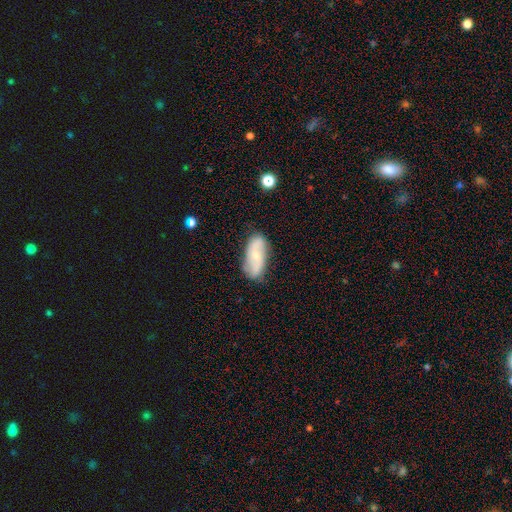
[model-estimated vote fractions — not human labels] Smooth or featured?
  - featured or disk: 55% *
  - smooth: 38%
  - star or artifact: 7%
Edge-on disk?
  - no: 92% *
  - yes: 8%
Bar?
  - no: 56% *
  - weak: 34%
  - strong: 11%
Spiral arms?
  - yes: 87% *
  - no: 13%
Bulge size?
  - small: 60% *
  - moderate: 30%
  - none: 7%
  - large: 2%
  - dominant: 1%
Merging?
  - none: 76% *
  - minor disturbance: 18%
  - major disturbance: 4%
  - merger: 2%